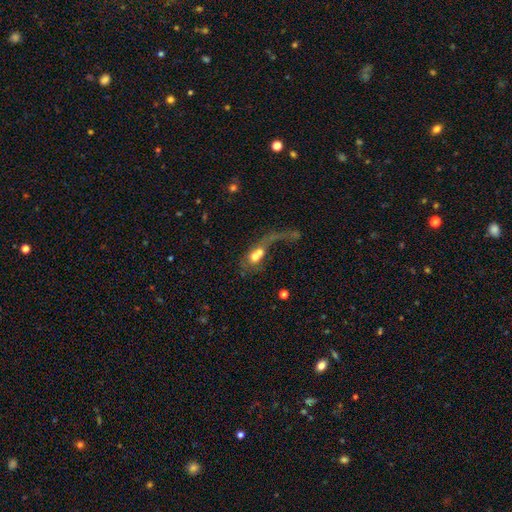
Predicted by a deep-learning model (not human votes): This appears to be a smooth galaxy with no disk features (54%) that is in between round and cigar-shaped (49%). Merging: merger (64%).